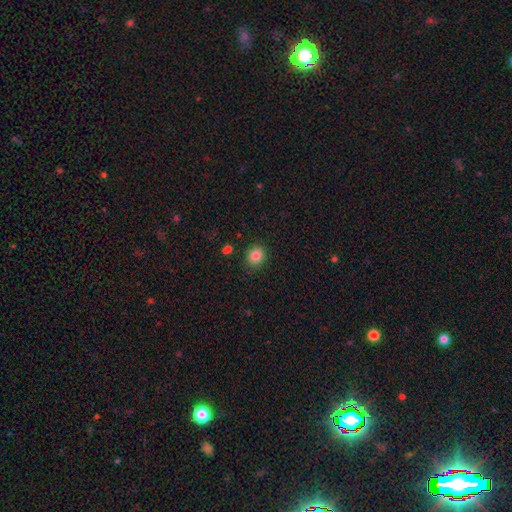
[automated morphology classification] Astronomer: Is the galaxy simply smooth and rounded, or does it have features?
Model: smooth — 85%.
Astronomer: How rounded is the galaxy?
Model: round — 75%.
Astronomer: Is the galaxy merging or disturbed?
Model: none — 87%.